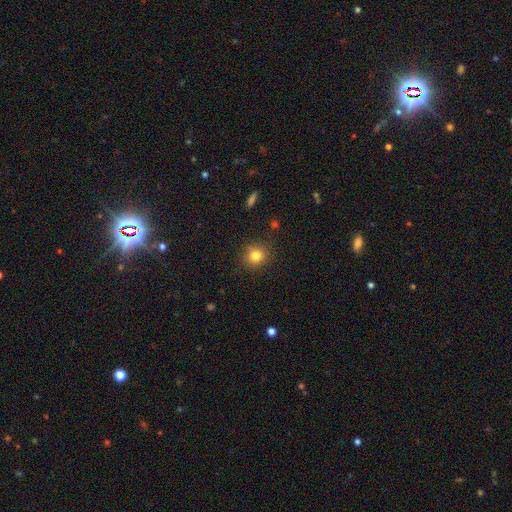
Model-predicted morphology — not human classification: Overall: smooth (82%). How rounded: round (88%). Merging: none (88%).